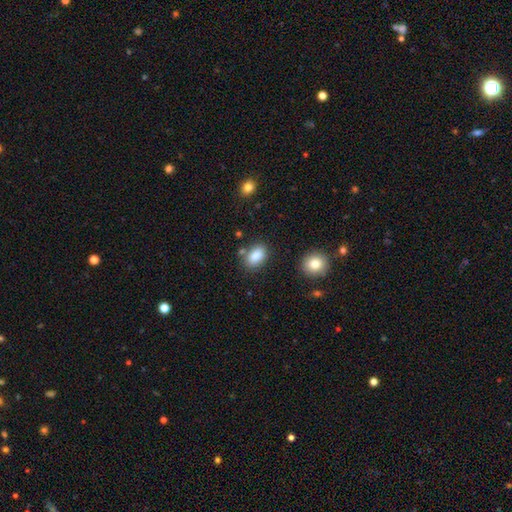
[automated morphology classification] Overall: smooth (85%). How rounded: in between (86%). Merging: none (78%).